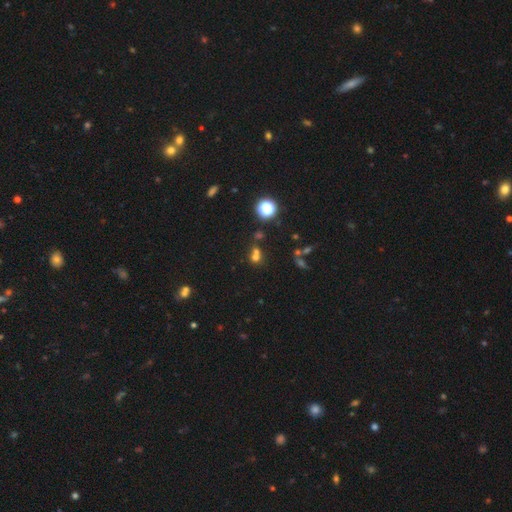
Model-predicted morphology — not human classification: A smooth galaxy with no disk features (58%) that is round (81%). Merging: none (45%).